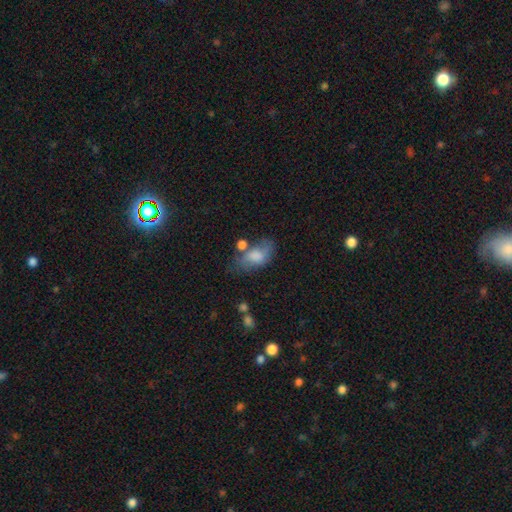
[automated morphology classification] Smooth or featured? smooth (67%)
How rounded? in between (88%)
Merging? none (36%)